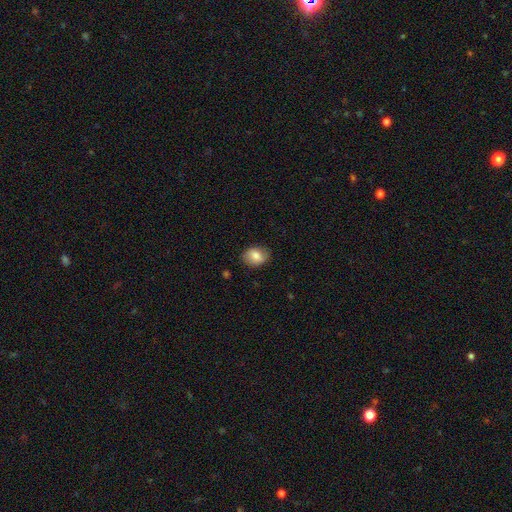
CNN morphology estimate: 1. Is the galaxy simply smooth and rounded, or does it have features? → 79% smooth, 13% featured or disk, 8% star or artifact.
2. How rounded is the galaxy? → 68% in between, 31% round, 1% cigar-shaped.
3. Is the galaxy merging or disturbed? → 83% none, 13% minor disturbance, 3% major disturbance, 1% merger.